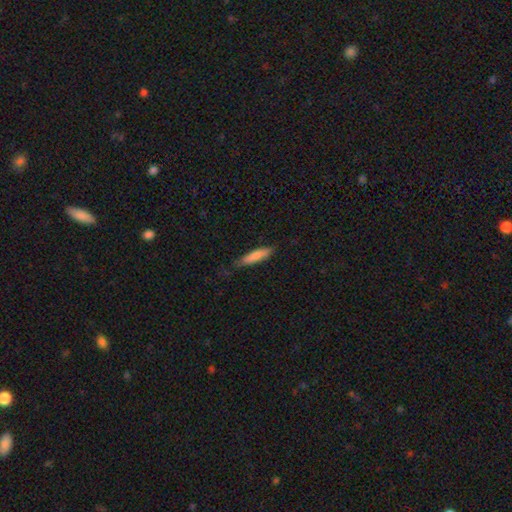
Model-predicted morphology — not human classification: A smooth galaxy with no disk features (80%) that is cigar-shaped (77%).

Vote fractions:
- Smooth or featured? smooth: 80% / featured or disk: 14% / star or artifact: 6%
- How rounded? cigar-shaped: 77% / in between: 21% / round: 1%
- Merging? none: 73% / minor disturbance: 22% / major disturbance: 4% / merger: 1%